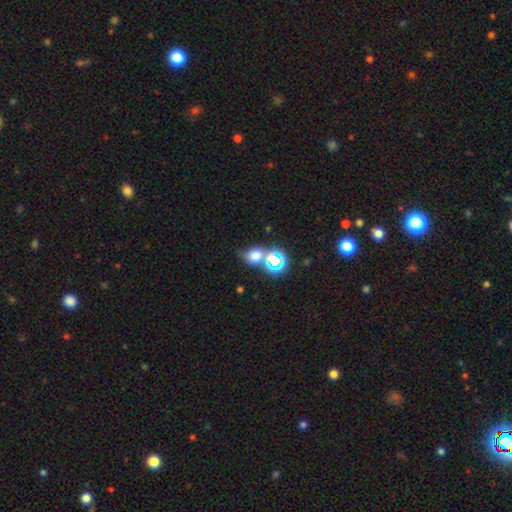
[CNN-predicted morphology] Smooth or featured? smooth (66%)
How rounded? round (59%)
Merging? none (54%)